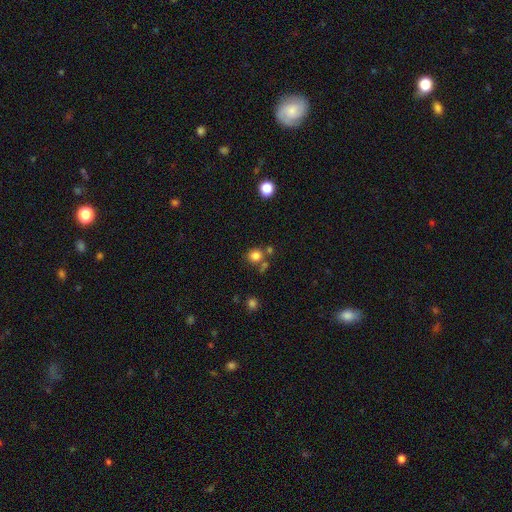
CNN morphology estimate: Q: Smooth or featured?
A: smooth (80%); runner-up: star or artifact (14%)
Q: How rounded?
A: round (86%); runner-up: in between (13%)
Q: Merging?
A: none (66%); runner-up: merger (19%)